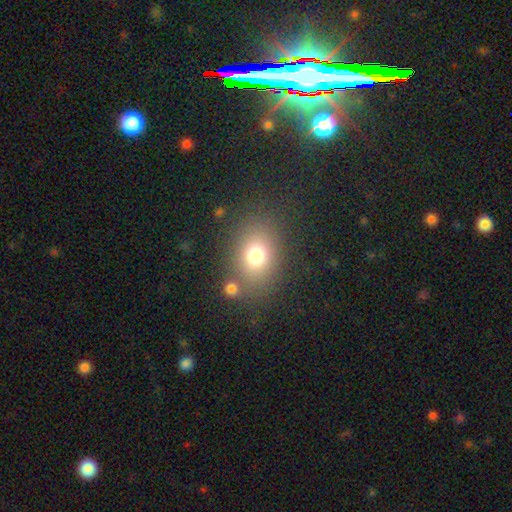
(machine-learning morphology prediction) A smooth galaxy with no disk features (76%) that is in between round and cigar-shaped (58%). Merging: none (73%).